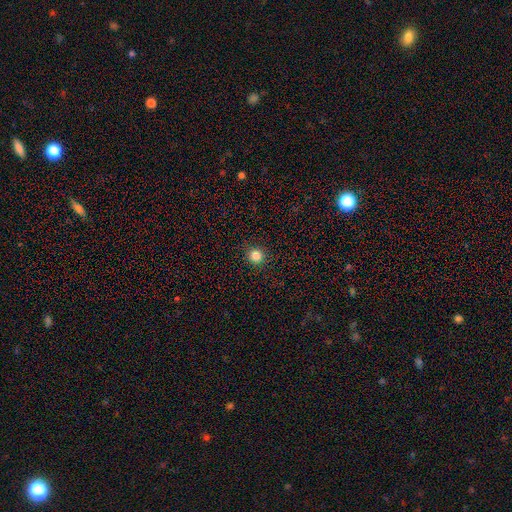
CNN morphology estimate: smooth-or-featured: smooth: 84% | star or artifact: 12% | featured or disk: 4%
  how-rounded: round: 94% | in between: 5% | cigar-shaped: 1%
  merging: none: 92% | minor disturbance: 5% | major disturbance: 2% | merger: 1%